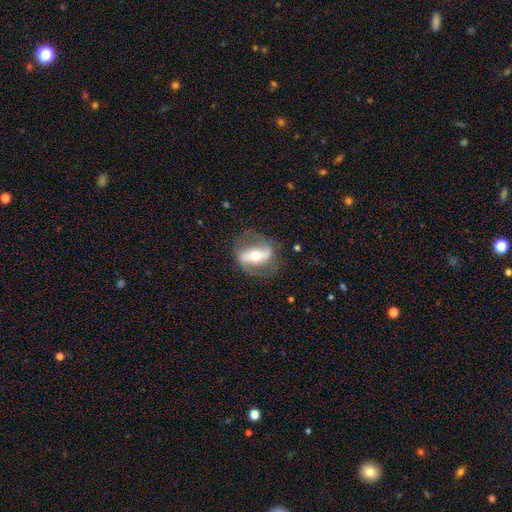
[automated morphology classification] A featured or disk galaxy (72%) with a strong bar (60%), spiral arms (64%) and a moderate central bulge (65%).

Vote fractions:
- Smooth or featured? featured or disk: 72% / smooth: 22% / star or artifact: 6%
- Edge-on disk? no: 86% / yes: 14%
- Bar? strong: 60% / weak: 20% / no: 19%
- Spiral arms? yes: 64% / no: 36%
- Bulge size? moderate: 65% / small: 25% / large: 8% / dominant: 1% / none: 1%
- Merging? none: 71% / minor disturbance: 17% / major disturbance: 11% / merger: 1%